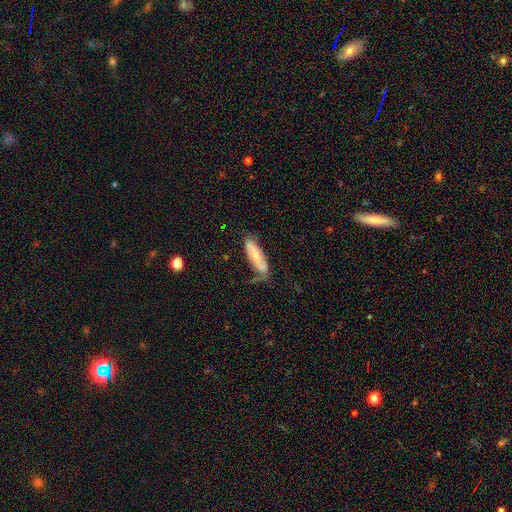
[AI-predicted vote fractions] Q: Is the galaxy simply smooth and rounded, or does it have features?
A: smooth — 51%.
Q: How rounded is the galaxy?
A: cigar-shaped — 50%.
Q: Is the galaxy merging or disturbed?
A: none — 49%.